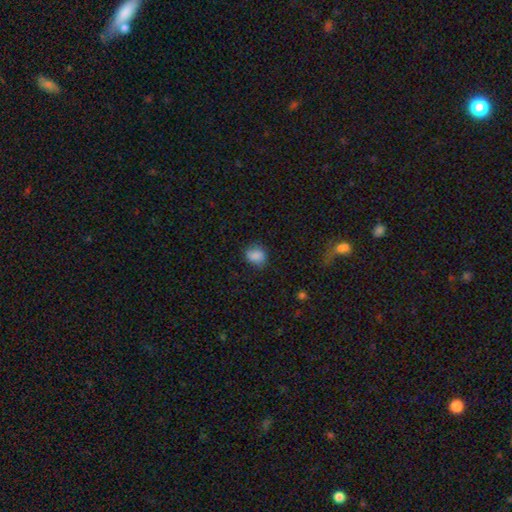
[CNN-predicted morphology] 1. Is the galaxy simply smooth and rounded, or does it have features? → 85% smooth, 9% star or artifact, 6% featured or disk.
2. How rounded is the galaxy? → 52% round, 47% in between, 1% cigar-shaped.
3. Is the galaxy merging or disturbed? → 73% none, 20% minor disturbance, 6% major disturbance, 1% merger.